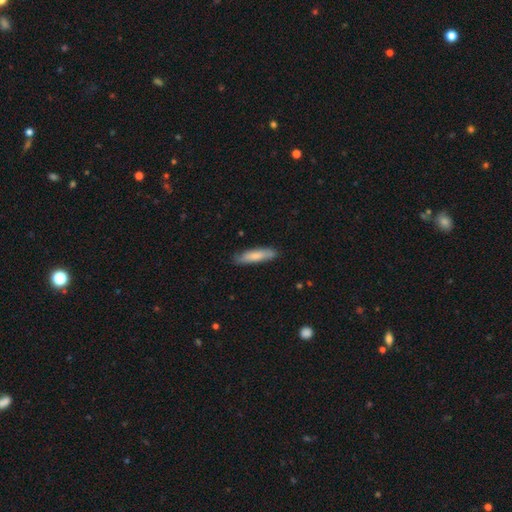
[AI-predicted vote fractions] smooth_or_featured: smooth (p=0.76) [alt: featured or disk p=0.18]
how_rounded: cigar-shaped (p=0.76) [alt: in between p=0.22]
merging: none (p=0.82) [alt: minor disturbance p=0.14]